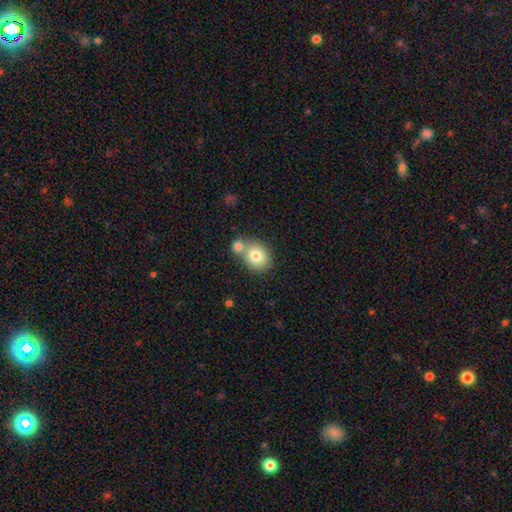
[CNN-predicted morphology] smooth-or-featured: smooth: 77% | featured or disk: 13% | star or artifact: 9%
  how-rounded: round: 59% | in between: 41% | cigar-shaped: 1%
  merging: none: 48% | merger: 40% | minor disturbance: 9% | major disturbance: 3%